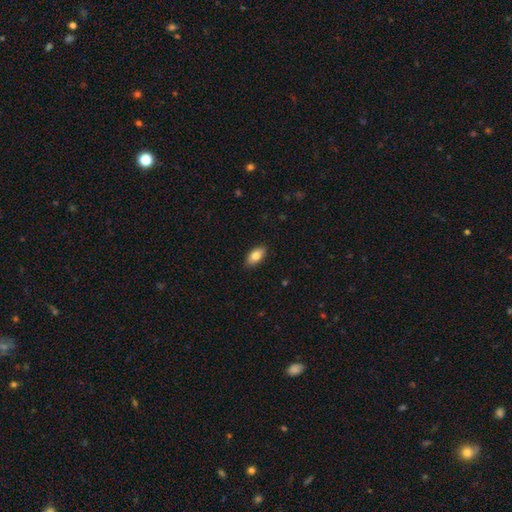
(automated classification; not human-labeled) Smooth or featured?
  - smooth: 82% *
  - featured or disk: 11%
  - star or artifact: 7%
How rounded?
  - in between: 92% *
  - cigar-shaped: 4%
  - round: 4%
Merging?
  - none: 88% *
  - minor disturbance: 9%
  - major disturbance: 2%
  - merger: 1%